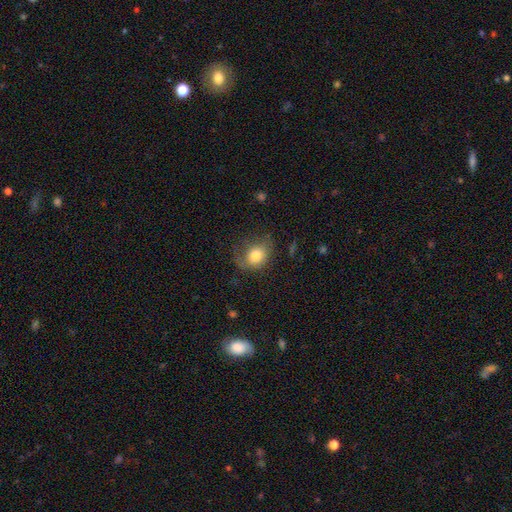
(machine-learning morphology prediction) type=smooth (76%); roundness=round (54%); merging=none (52%).